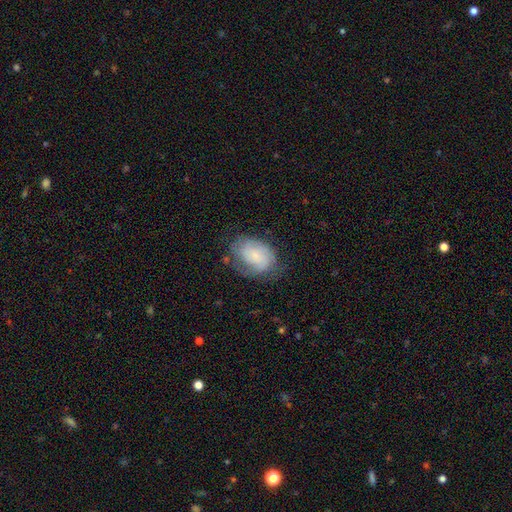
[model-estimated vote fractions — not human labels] smooth_or_featured: smooth (p=0.46) [tied with: featured or disk p=0.46]
merging: none (p=0.57) [alt: minor disturbance p=0.27]